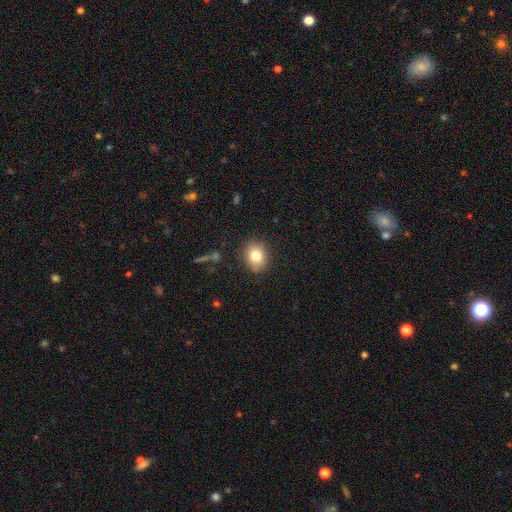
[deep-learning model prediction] Smooth or featured: smooth — 79% (star or artifact — 10%)
How rounded: round — 59% (in between — 40%)
Merging: none — 85% (minor disturbance — 11%)